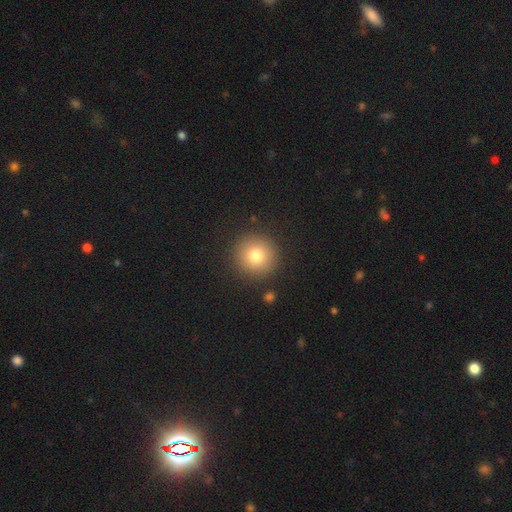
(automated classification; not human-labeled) Overall: smooth (79%). How rounded: round (95%). Merging: none (90%).